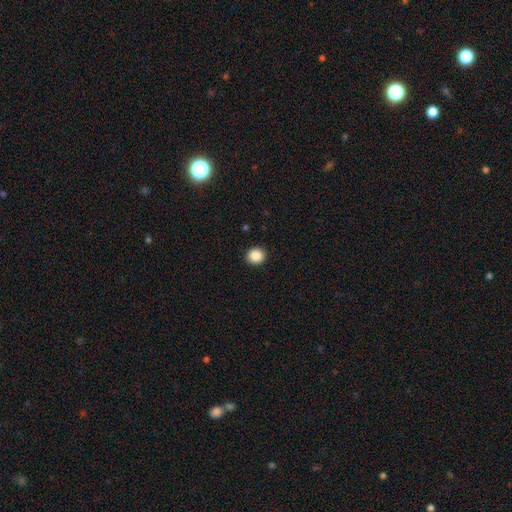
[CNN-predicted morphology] Smooth or featured? smooth (88%)
How rounded? round (85%)
Merging? none (92%)